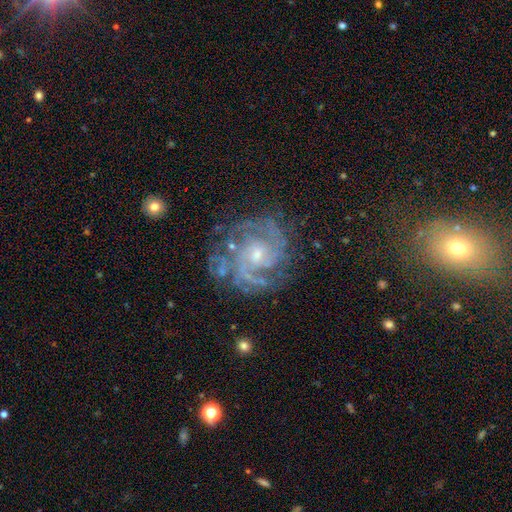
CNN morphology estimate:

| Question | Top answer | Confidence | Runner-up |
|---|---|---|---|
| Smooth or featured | featured or disk | 90% | star or artifact (6%) |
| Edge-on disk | no | 98% | yes (2%) |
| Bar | no | 62% | weak (31%) |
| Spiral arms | yes | 98% | no (2%) |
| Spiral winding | tight | 58% | medium (36%) |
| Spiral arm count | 2 | 39% | 3 (25%) |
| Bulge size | small | 66% | moderate (29%) |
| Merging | none | 73% | minor disturbance (17%) |